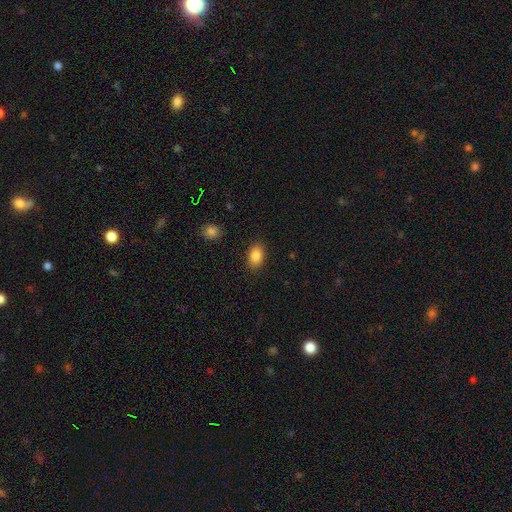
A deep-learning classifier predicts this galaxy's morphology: Smooth or featured? Predicted: smooth (p=0.87). How rounded? Predicted: in between (p=0.85). Merging? Predicted: none (p=0.87).